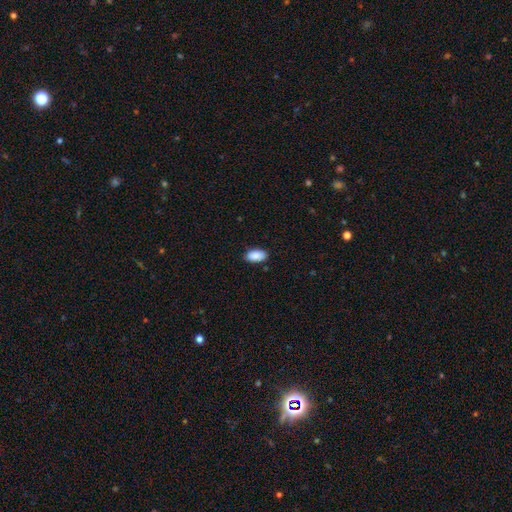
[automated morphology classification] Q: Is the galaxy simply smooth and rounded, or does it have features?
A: smooth — 90%.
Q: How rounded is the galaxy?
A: in between — 94%.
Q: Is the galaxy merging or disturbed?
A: none — 87%.